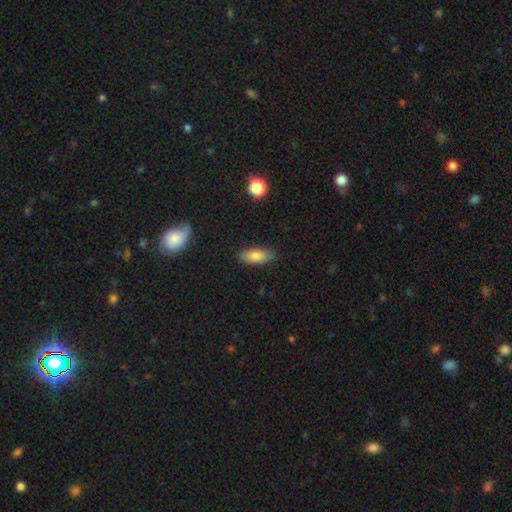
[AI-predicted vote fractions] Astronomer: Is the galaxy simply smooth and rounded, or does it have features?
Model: smooth — 84%.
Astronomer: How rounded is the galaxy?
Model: in between — 82%.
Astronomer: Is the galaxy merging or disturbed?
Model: none — 85%.